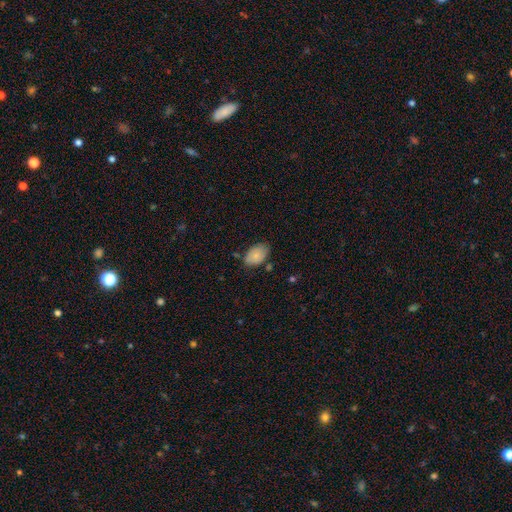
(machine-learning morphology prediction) Q: Smooth or featured?
A: smooth (81%); runner-up: featured or disk (12%)
Q: How rounded?
A: in between (90%); runner-up: round (9%)
Q: Merging?
A: none (72%); runner-up: minor disturbance (21%)